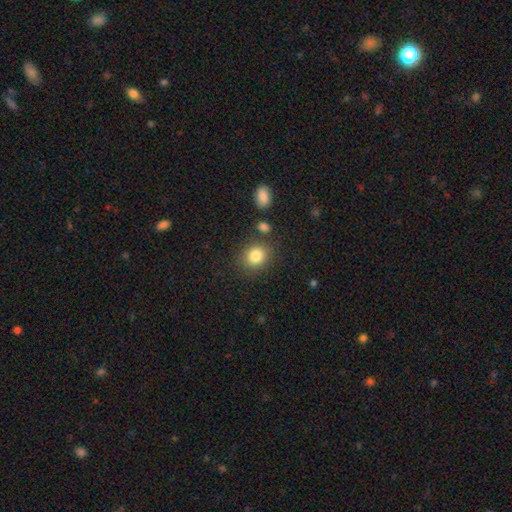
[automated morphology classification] This appears to be a smooth galaxy with no disk features (84%) that is round (71%). Merging: none (80%).